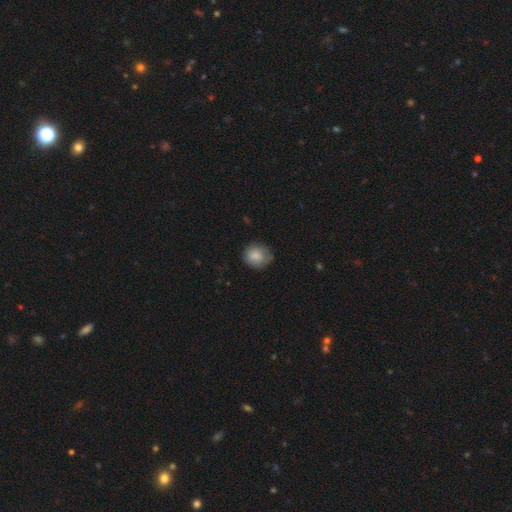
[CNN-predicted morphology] Smooth or featured? smooth (84%)
How rounded? round (79%)
Merging? none (72%)